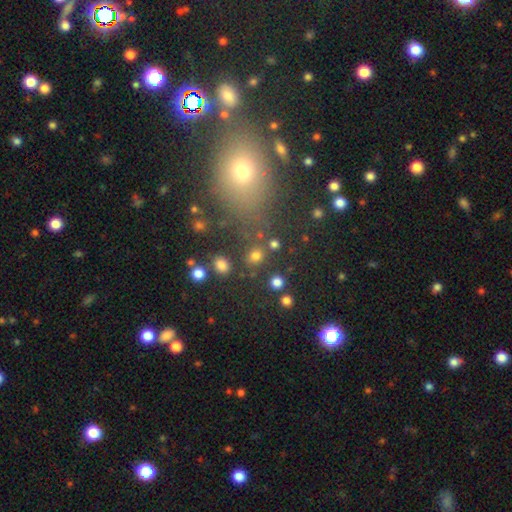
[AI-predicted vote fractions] smooth 53%, star or artifact 36%, featured or disk 12%. Down the decision tree: how rounded — round (56%); merging — none (73%).